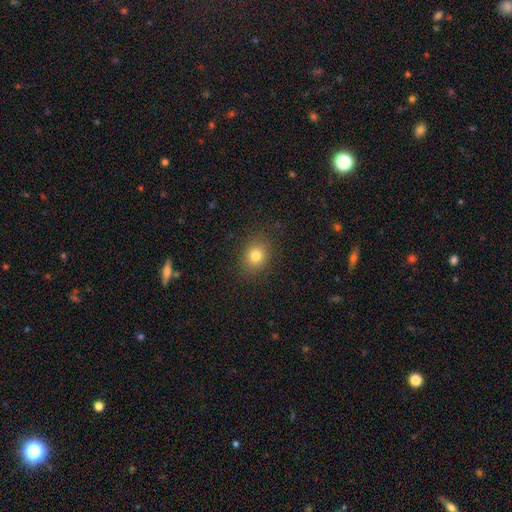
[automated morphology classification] This appears to be a smooth galaxy with no disk features (80%) that is round (62%). Merging: none (86%).